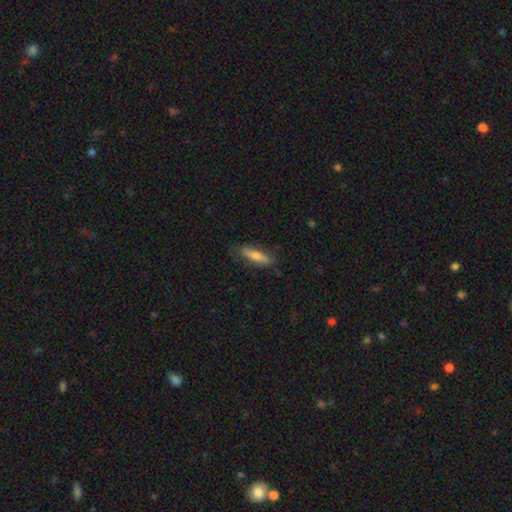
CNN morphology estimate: Smooth or featured? Predicted: smooth (p=0.57). How rounded? Predicted: cigar-shaped (p=0.71). Merging? Predicted: none (p=0.80).